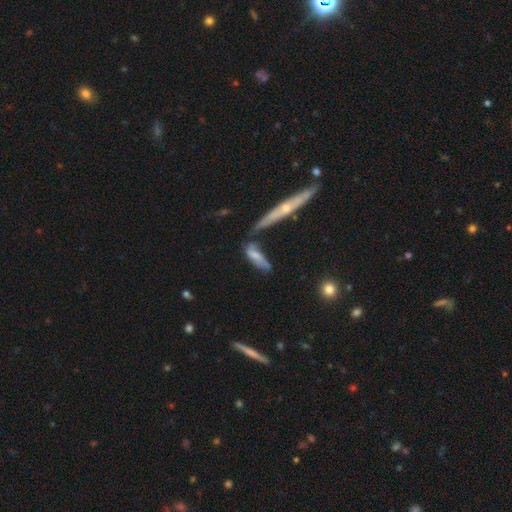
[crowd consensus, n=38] Morphology: type=smooth (53%); roundness=in between (75%); merging=minor disturbance (31%).